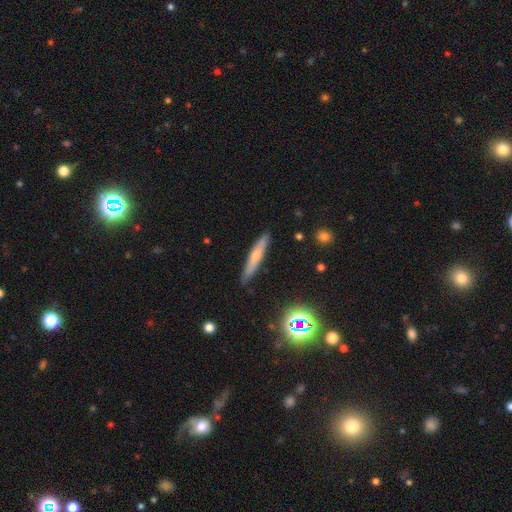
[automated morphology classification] smooth 49%, featured or disk 42%, star or artifact 10%. Down the decision tree: merging — none (87%).